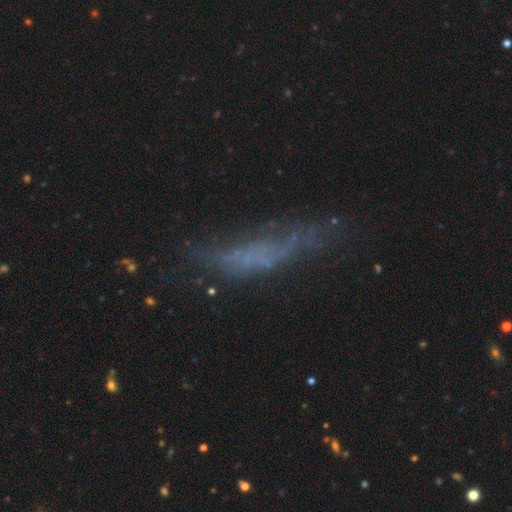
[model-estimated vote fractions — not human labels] This is possibly a featured or disk galaxy (47%). Merging: marginally none (43%).